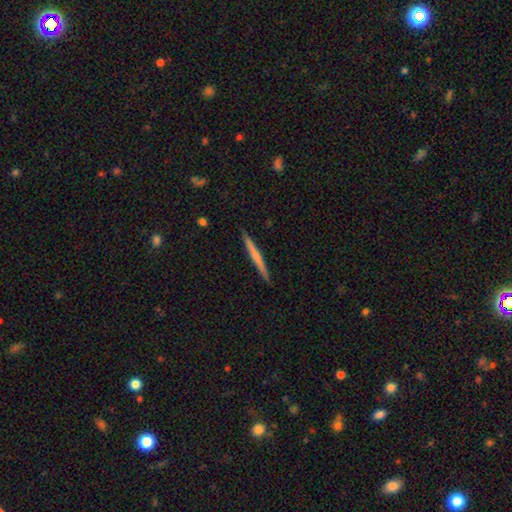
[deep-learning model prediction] This is possibly a smooth galaxy (52%). How rounded: clearly cigar-shaped (97%). Merging: clearly none (91%).